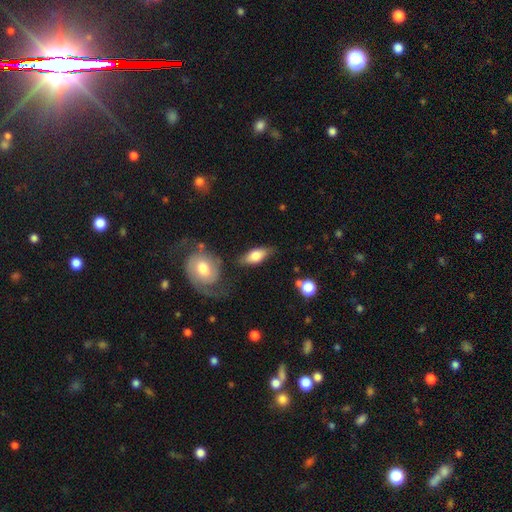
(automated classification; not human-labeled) Morphology: type=smooth (67%); roundness=in between (82%); merging=none (68%).